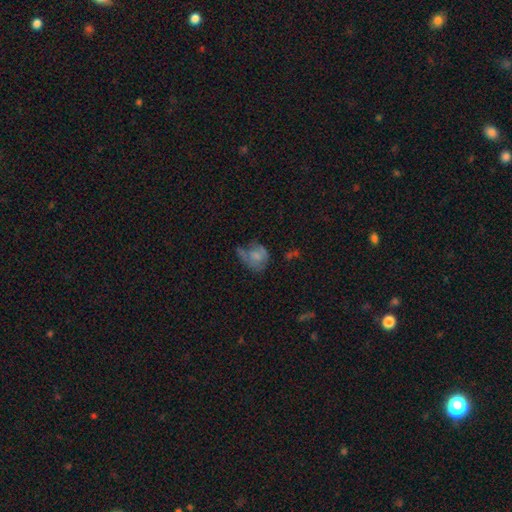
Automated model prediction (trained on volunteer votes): Smooth or featured? Predicted: smooth (p=0.58). How rounded? Predicted: round (p=0.53). Merging? Predicted: major disturbance (p=0.33).